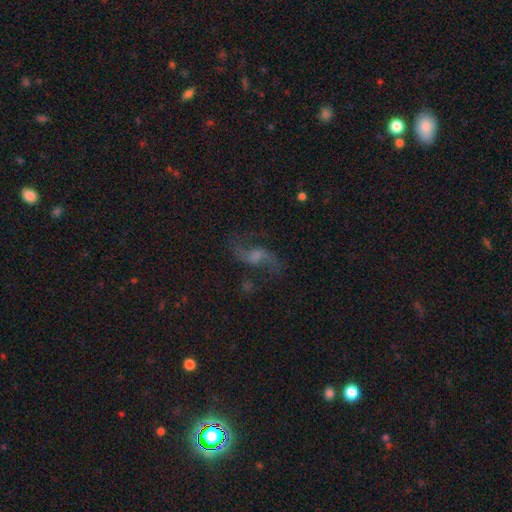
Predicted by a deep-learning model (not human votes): Smooth or featured? Predicted: featured or disk (p=0.75). Edge-on disk? Predicted: no (p=0.93). Bar? Predicted: weak (p=0.46). Spiral arms? Predicted: yes (p=0.94). Spiral winding? Predicted: loose (p=0.81). Spiral arm count? Predicted: 2 (p=0.92). Bulge size? Predicted: moderate (p=0.36). Merging? Predicted: none (p=0.73).